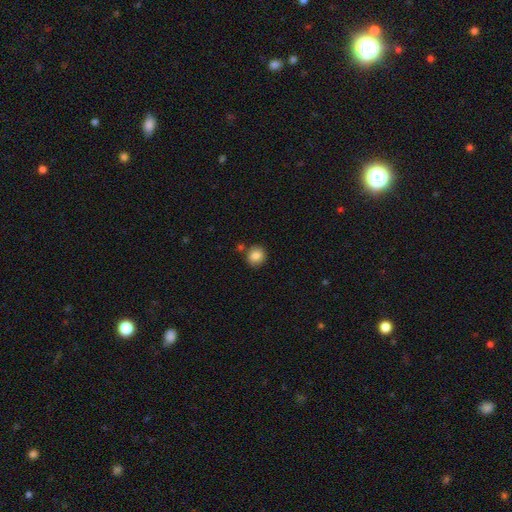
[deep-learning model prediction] smooth 85%, star or artifact 9%, featured or disk 6%. Down the decision tree: how rounded — round (88%); merging — none (81%).